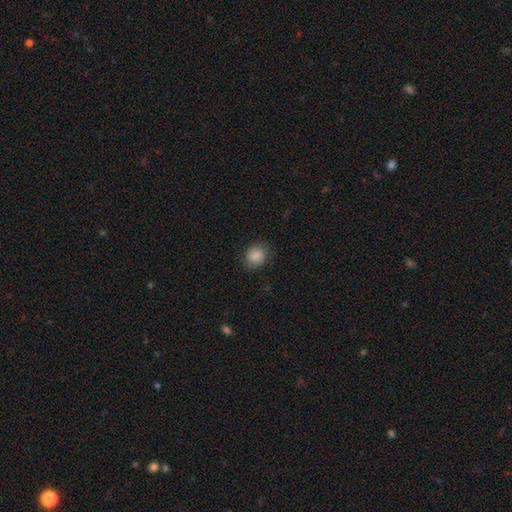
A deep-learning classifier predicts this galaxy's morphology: type=smooth (86%); roundness=round (67%); merging=none (81%).